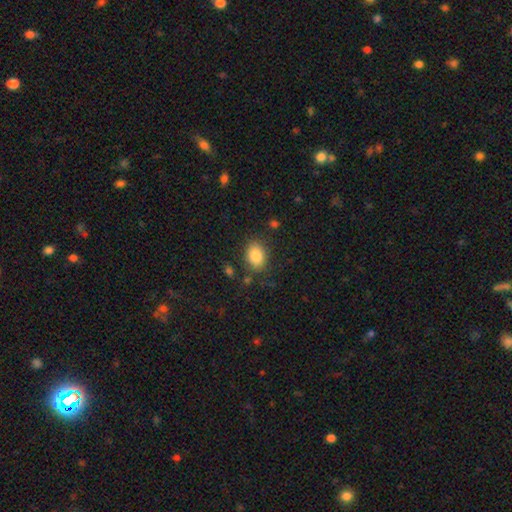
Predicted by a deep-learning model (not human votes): smooth_or_featured: smooth (p=0.86) [alt: star or artifact p=0.08]
how_rounded: in between (p=0.73) [alt: round p=0.26]
merging: none (p=0.81) [alt: minor disturbance p=0.13]